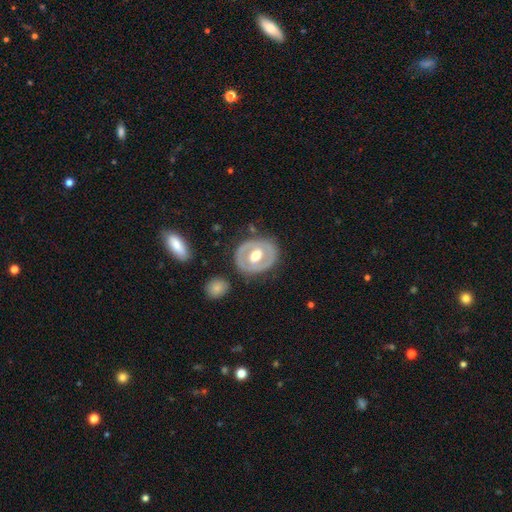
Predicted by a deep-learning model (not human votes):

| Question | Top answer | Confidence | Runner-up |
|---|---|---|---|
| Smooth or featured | featured or disk | 59% | smooth (36%) |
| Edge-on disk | no | 95% | yes (5%) |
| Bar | no | 54% | weak (31%) |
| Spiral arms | no | 80% | yes (20%) |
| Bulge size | moderate | 69% | large (23%) |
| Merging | none | 78% | minor disturbance (13%) |